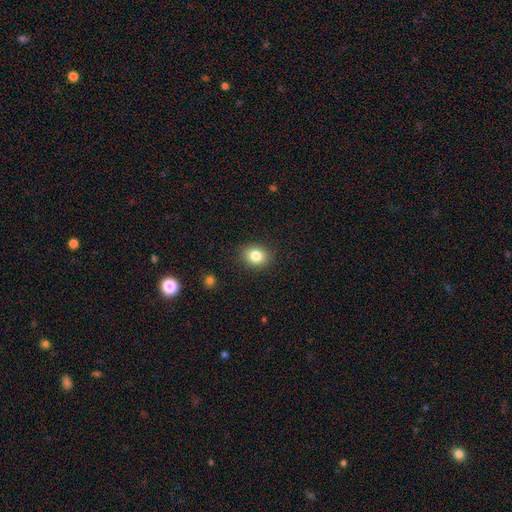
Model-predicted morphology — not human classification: Overall: smooth (82%). How rounded: round (50%; in between 49%). Merging: none (88%).